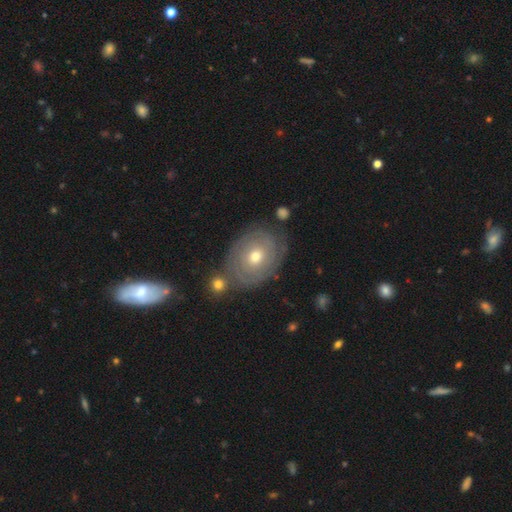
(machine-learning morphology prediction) featured or disk 59%, smooth 31%, star or artifact 11%. Down the decision tree: edge-on disk — no (94%); bar — no (84%); spiral arms — yes (68%); bulge size — moderate (64%); merging — none (72%).